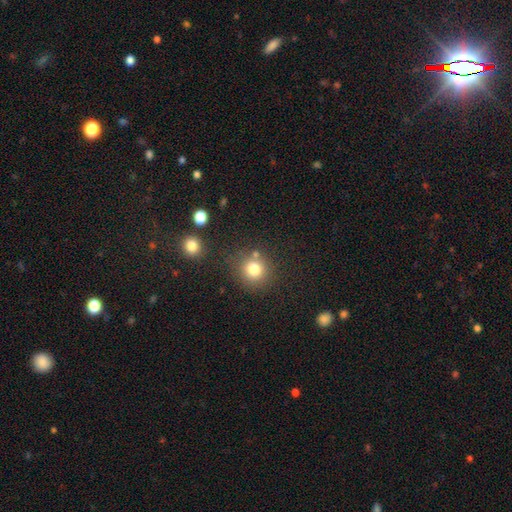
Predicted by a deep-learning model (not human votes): smooth-or-featured: smooth: 79% | star or artifact: 14% | featured or disk: 7%
  how-rounded: round: 90% | in between: 9% | cigar-shaped: 1%
  merging: none: 77% | minor disturbance: 10% | merger: 9% | major disturbance: 4%